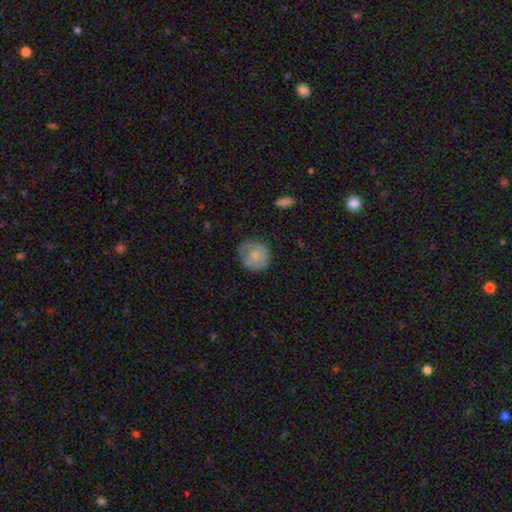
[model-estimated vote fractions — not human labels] Smooth or featured? smooth (60%)
How rounded? round (84%)
Merging? none (67%)